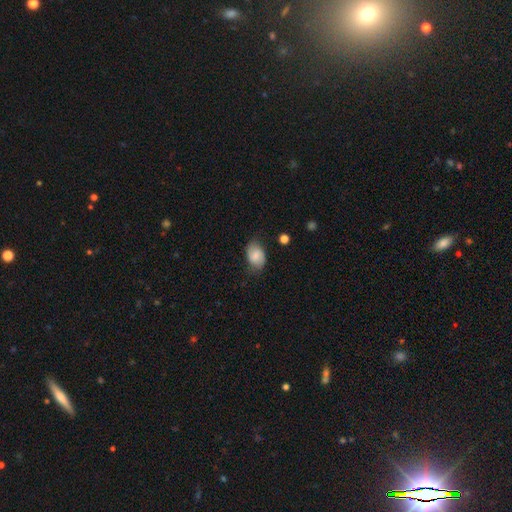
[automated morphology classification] smooth-or-featured: smooth: 74% | featured or disk: 19% | star or artifact: 7%
  how-rounded: in between: 85% | round: 14% | cigar-shaped: 1%
  merging: none: 69% | minor disturbance: 24% | major disturbance: 6% | merger: 2%